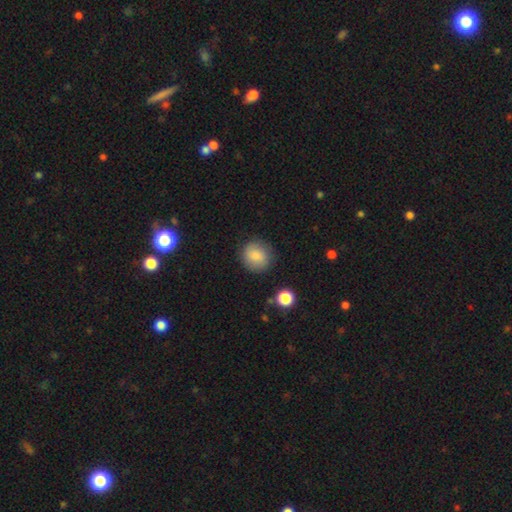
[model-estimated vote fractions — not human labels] Smooth or featured: smooth — 84% (star or artifact — 8%)
How rounded: round — 87% (in between — 12%)
Merging: none — 85% (minor disturbance — 10%)